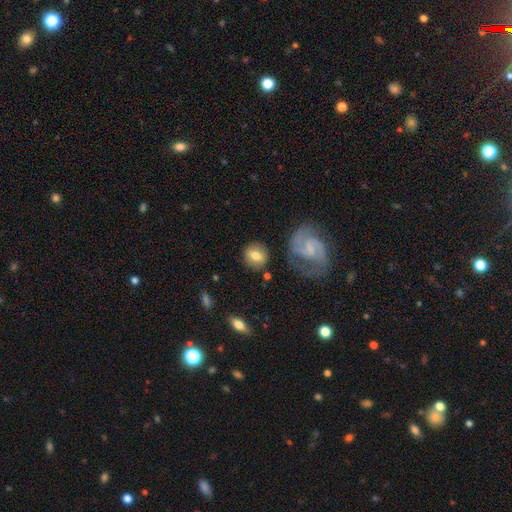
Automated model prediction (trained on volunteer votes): Q: Smooth or featured?
A: smooth (69%); runner-up: featured or disk (24%)
Q: How rounded?
A: round (78%); runner-up: in between (20%)
Q: Merging?
A: none (79%); runner-up: minor disturbance (11%)